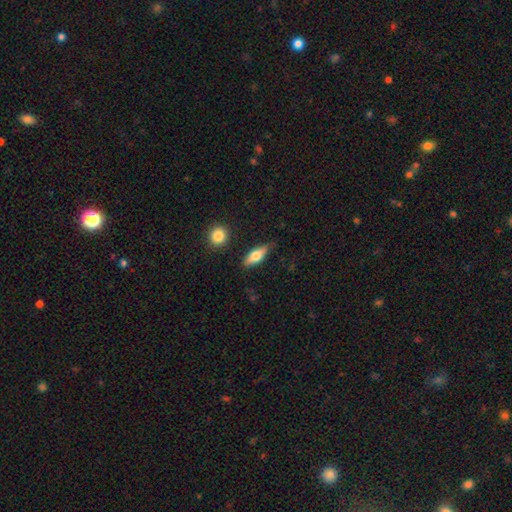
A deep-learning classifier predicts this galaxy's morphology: A smooth galaxy with no disk features (65%) that is in between round and cigar-shaped (68%). Merging: none (77%).